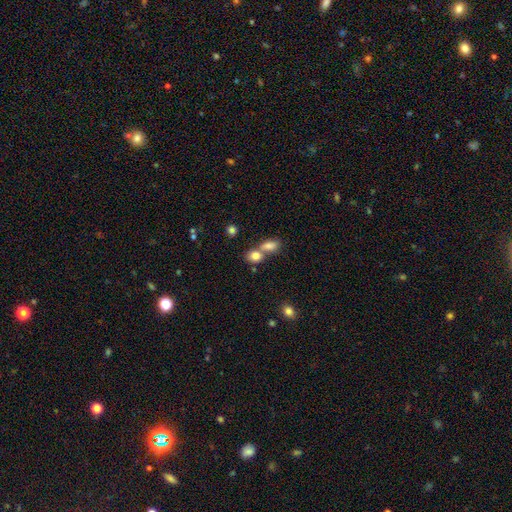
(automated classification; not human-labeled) This is clearly a smooth galaxy (81%). How rounded: possibly in between (56%). Merging: possibly merger (55%).